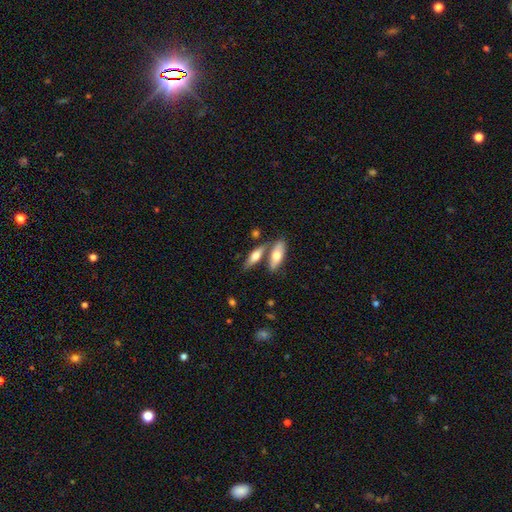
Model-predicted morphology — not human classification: Smooth or featured? smooth (58%)
How rounded? in between (52%)
Merging? none (55%)